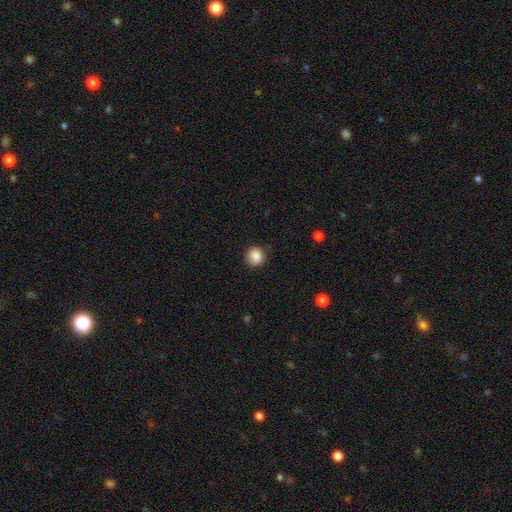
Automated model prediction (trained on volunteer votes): A smooth galaxy with no disk features (87%) that is round (87%).

Vote fractions:
- Smooth or featured? smooth: 87% / star or artifact: 9% / featured or disk: 3%
- How rounded? round: 87% / in between: 12% / cigar-shaped: 1%
- Merging? none: 86% / minor disturbance: 10% / major disturbance: 3% / merger: 1%